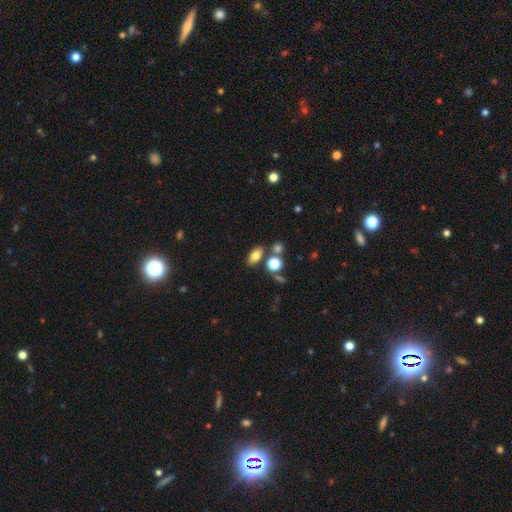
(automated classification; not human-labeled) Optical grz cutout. It shows a smooth galaxy with no disk features (76%) that is in between round and cigar-shaped (83%). Merging: none (73%).